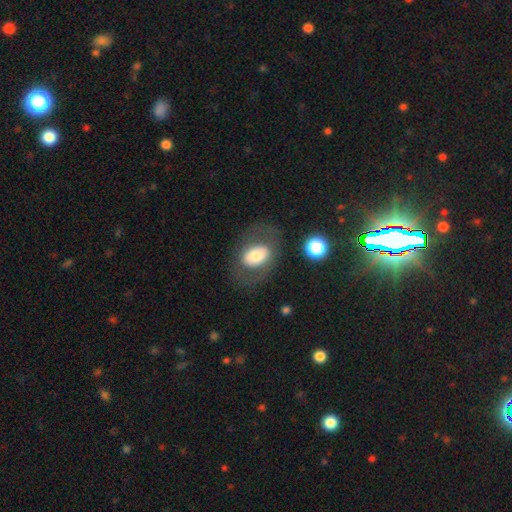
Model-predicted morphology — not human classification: smooth 59%, featured or disk 34%, star or artifact 8%. Down the decision tree: how rounded — in between (81%); merging — none (71%).